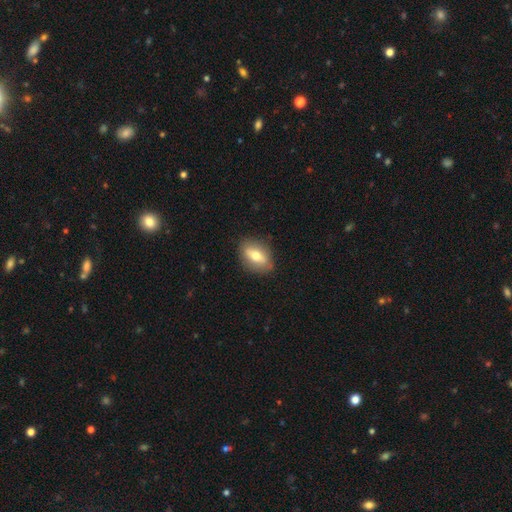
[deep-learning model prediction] Smooth or featured? smooth (62%)
How rounded? in between (82%)
Merging? none (82%)